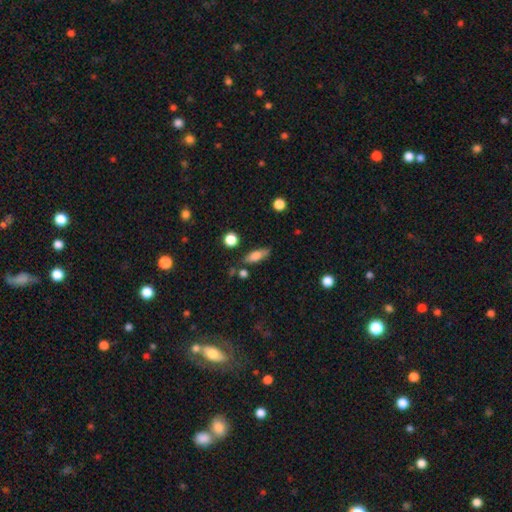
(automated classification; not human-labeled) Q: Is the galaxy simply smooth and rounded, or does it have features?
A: smooth — 72%.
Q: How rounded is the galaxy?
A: in between — 59%.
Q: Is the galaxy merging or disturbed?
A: none — 75%.